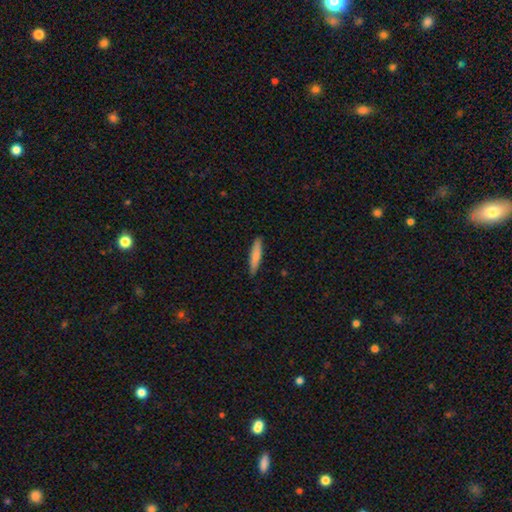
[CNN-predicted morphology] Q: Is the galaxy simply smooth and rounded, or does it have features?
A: smooth — 79%.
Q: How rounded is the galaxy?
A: cigar-shaped — 85%.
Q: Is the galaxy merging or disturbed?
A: none — 88%.